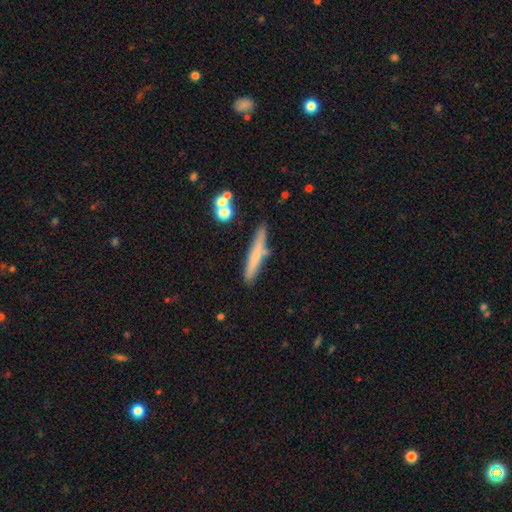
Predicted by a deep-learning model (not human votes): Smooth or featured? Predicted: smooth (p=0.56). How rounded? Predicted: cigar-shaped (p=0.92). Merging? Predicted: none (p=0.74).